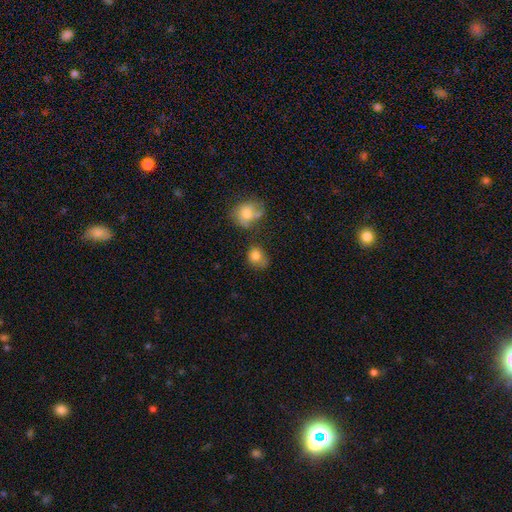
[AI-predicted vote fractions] Q: Smooth or featured?
A: smooth (79%); runner-up: featured or disk (10%)
Q: How rounded?
A: round (60%); runner-up: in between (39%)
Q: Merging?
A: none (46%); runner-up: minor disturbance (28%)